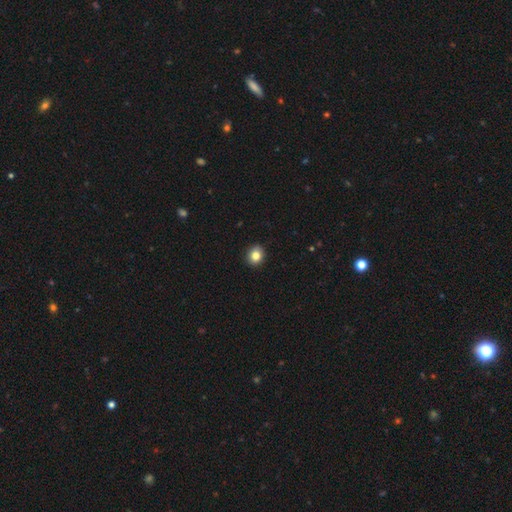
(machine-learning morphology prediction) smooth-or-featured: smooth: 83% | star or artifact: 10% | featured or disk: 7%
  how-rounded: round: 68% | in between: 31% | cigar-shaped: 1%
  merging: none: 90% | minor disturbance: 7% | major disturbance: 2% | merger: 1%